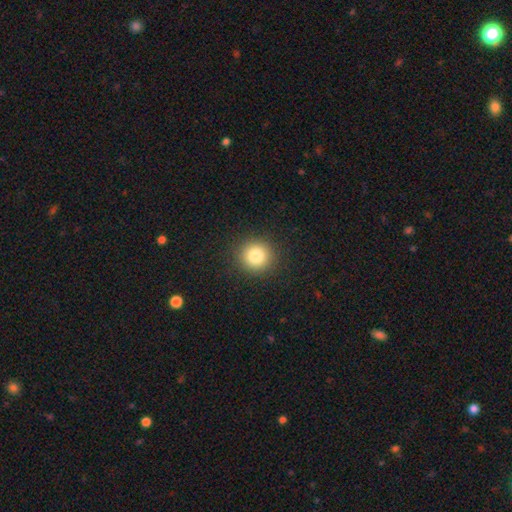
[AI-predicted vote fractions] Q: Smooth or featured?
A: smooth (82%); runner-up: star or artifact (12%)
Q: How rounded?
A: round (93%); runner-up: in between (6%)
Q: Merging?
A: none (92%); runner-up: minor disturbance (5%)